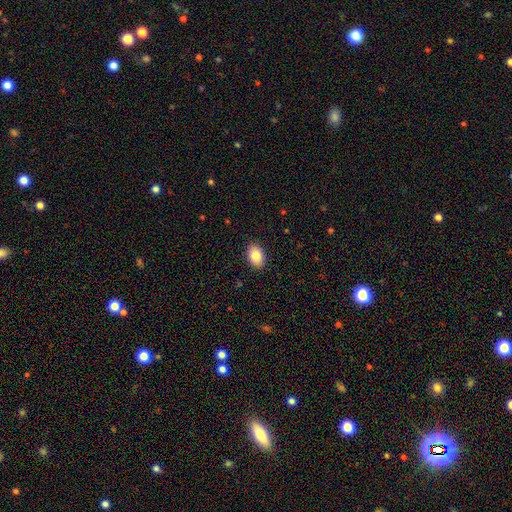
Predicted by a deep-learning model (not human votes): This appears to be a smooth galaxy with no disk features (85%) that is in between round and cigar-shaped (86%). Merging: none (89%).